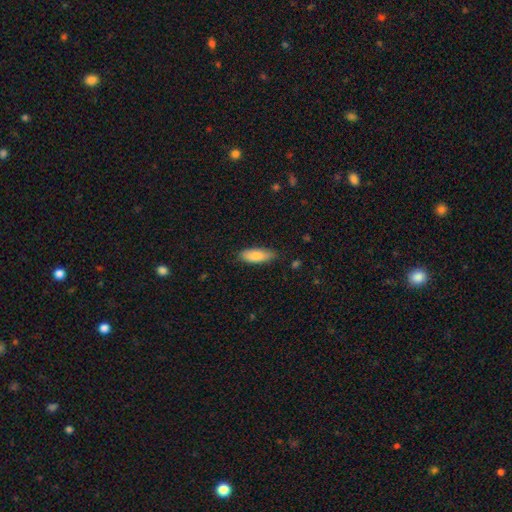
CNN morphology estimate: Smooth or featured? Predicted: smooth (p=0.84). How rounded? Predicted: in between (p=0.70). Merging? Predicted: none (p=0.81).